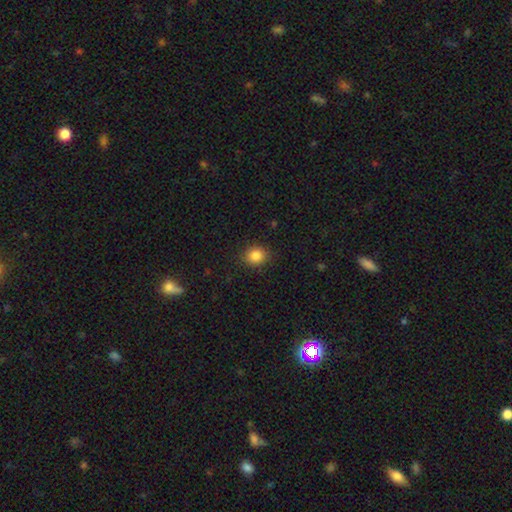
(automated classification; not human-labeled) Smooth or featured?
  - smooth: 85% *
  - star or artifact: 11%
  - featured or disk: 5%
How rounded?
  - round: 71% *
  - in between: 28%
  - cigar-shaped: 1%
Merging?
  - none: 89% *
  - minor disturbance: 8%
  - major disturbance: 2%
  - merger: 1%